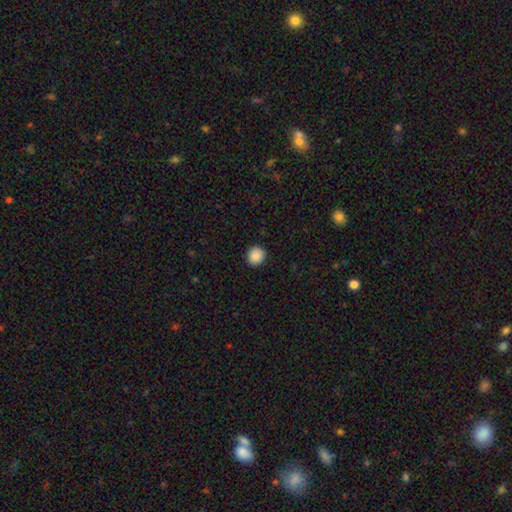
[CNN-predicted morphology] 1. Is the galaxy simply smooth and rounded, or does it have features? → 88% smooth, 9% star or artifact, 3% featured or disk.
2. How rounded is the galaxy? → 88% round, 11% in between, 1% cigar-shaped.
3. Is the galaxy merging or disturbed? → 92% none, 6% minor disturbance, 2% major disturbance, 1% merger.